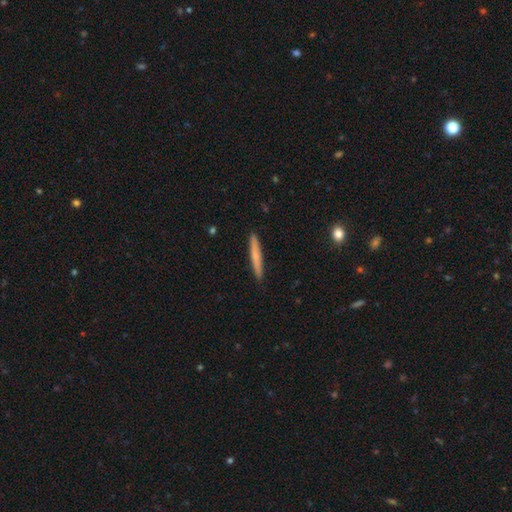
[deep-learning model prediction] Morphology: type=smooth (64%); roundness=cigar-shaped (95%); merging=none (91%).